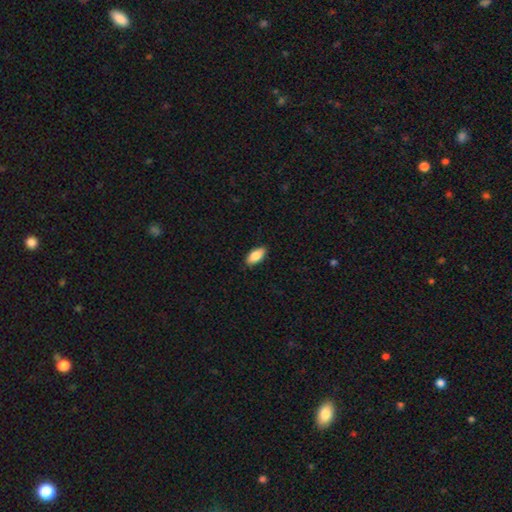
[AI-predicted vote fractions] Smooth or featured? Predicted: smooth (p=0.84). How rounded? Predicted: in between (p=0.89). Merging? Predicted: none (p=0.89).